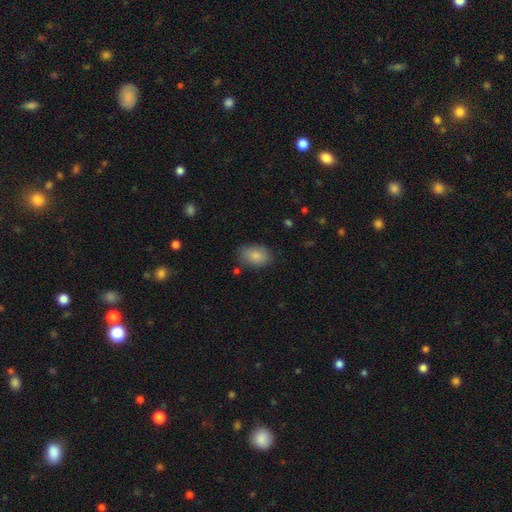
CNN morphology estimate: smooth-or-featured: smooth: 85% | featured or disk: 8% | star or artifact: 7%
  how-rounded: in between: 85% | round: 14% | cigar-shaped: 1%
  merging: none: 80% | minor disturbance: 15% | major disturbance: 3% | merger: 2%